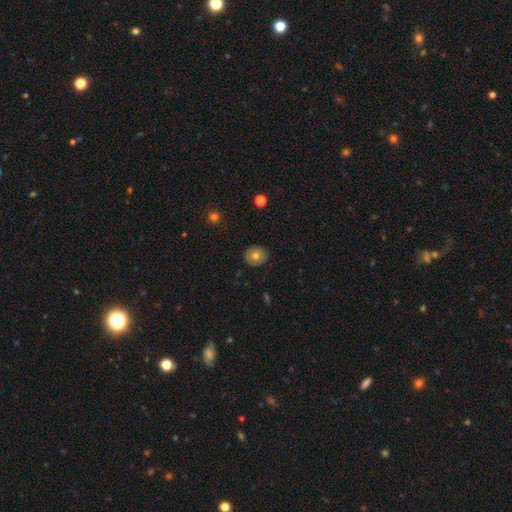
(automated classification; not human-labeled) smooth-or-featured: smooth: 72% | featured or disk: 20% | star or artifact: 8%
  how-rounded: round: 86% | in between: 13% | cigar-shaped: 1%
  merging: none: 90% | minor disturbance: 7% | major disturbance: 2% | merger: 1%